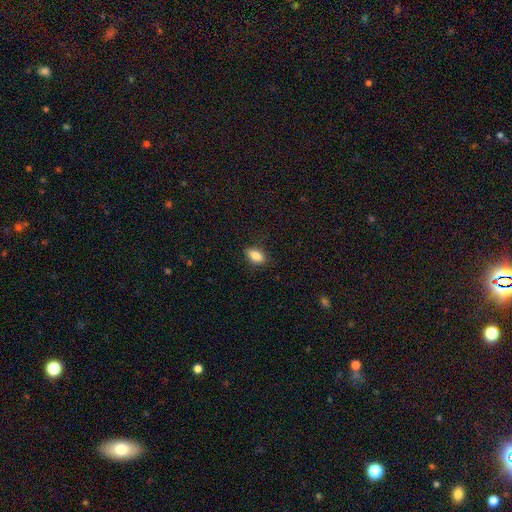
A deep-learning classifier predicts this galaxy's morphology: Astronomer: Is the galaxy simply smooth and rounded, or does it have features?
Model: smooth — 87%.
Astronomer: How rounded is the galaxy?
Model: in between — 88%.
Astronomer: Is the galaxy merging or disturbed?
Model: none — 83%.